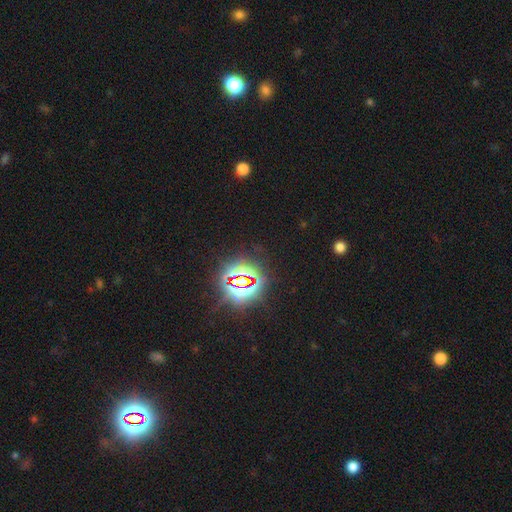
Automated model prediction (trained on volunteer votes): Overall: star or artifact (81%).